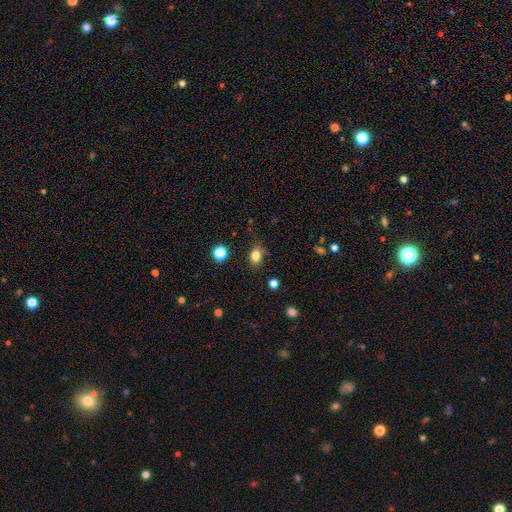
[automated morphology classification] Q: Smooth or featured?
A: smooth (82%); runner-up: star or artifact (12%)
Q: How rounded?
A: in between (71%); runner-up: round (27%)
Q: Merging?
A: none (75%); runner-up: minor disturbance (18%)